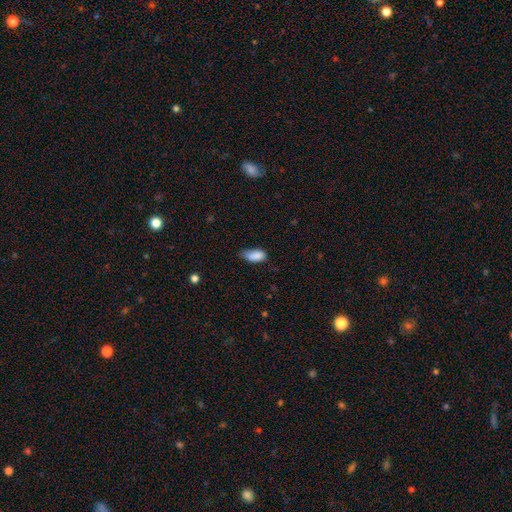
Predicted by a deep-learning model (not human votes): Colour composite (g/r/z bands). It shows a smooth galaxy with no disk features (85%) that is in between round and cigar-shaped (90%). Merging: minor disturbance (44%).